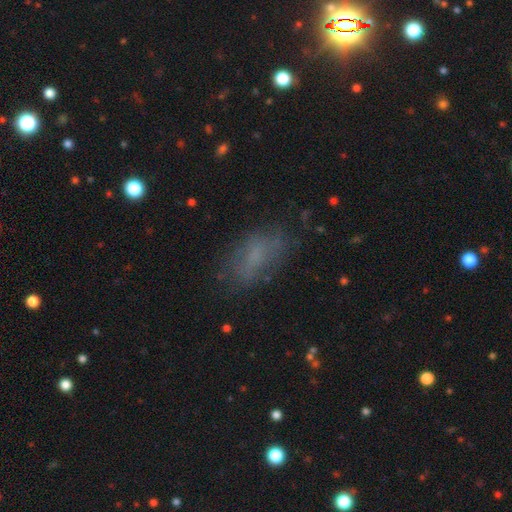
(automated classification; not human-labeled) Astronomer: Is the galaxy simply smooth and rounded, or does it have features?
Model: smooth — 65%.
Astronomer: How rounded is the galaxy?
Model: in between — 88%.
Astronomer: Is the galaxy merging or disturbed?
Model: none — 66%.